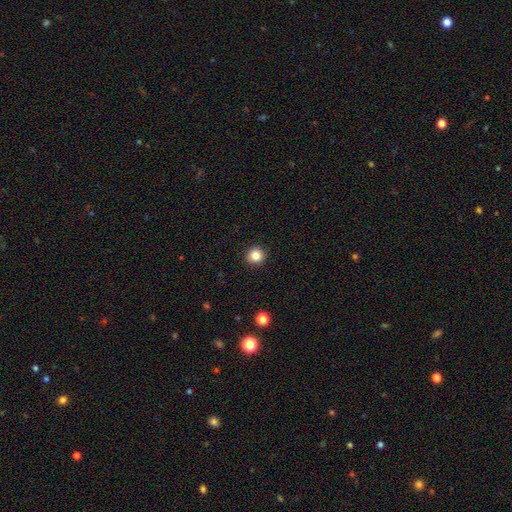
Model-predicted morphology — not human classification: Smooth or featured: smooth — 84% (star or artifact — 11%)
How rounded: round — 91% (in between — 8%)
Merging: none — 92% (minor disturbance — 5%)